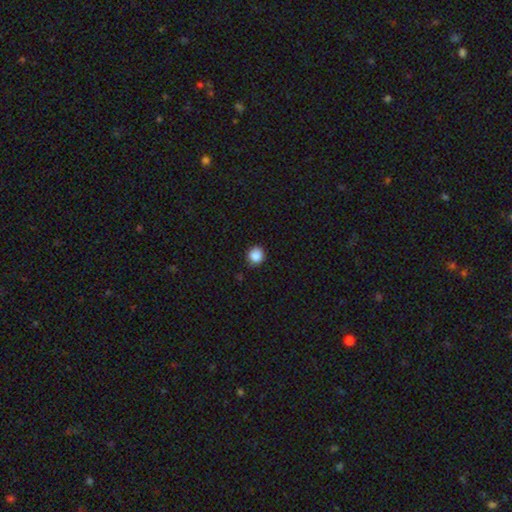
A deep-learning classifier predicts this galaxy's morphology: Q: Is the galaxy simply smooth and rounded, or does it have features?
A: smooth — 87%.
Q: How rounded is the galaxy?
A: round — 87%.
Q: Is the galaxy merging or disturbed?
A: none — 85%.